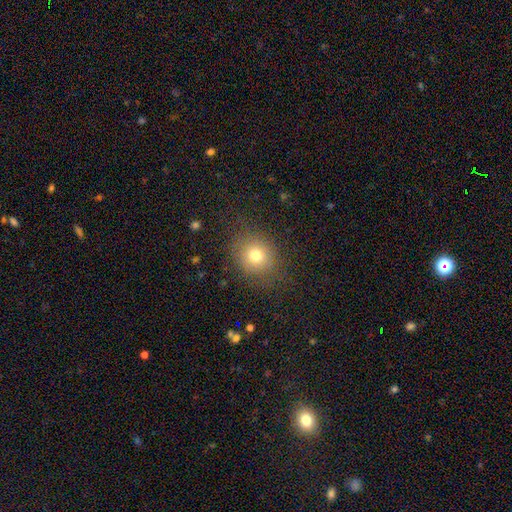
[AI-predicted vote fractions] smooth_or_featured: smooth (p=0.74) [alt: star or artifact p=0.15]
how_rounded: round (p=0.79) [alt: in between p=0.20]
merging: none (p=0.81) [alt: minor disturbance p=0.12]